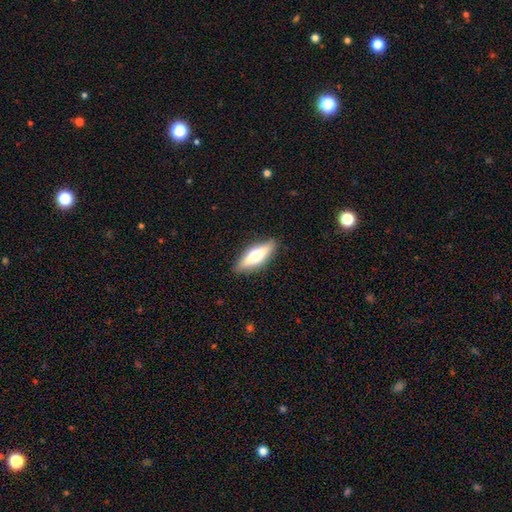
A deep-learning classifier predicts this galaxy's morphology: smooth_or_featured: smooth (p=0.54) [alt: featured or disk p=0.39]
how_rounded: in between (p=0.54) [alt: cigar-shaped p=0.43]
merging: none (p=0.88) [alt: minor disturbance p=0.09]